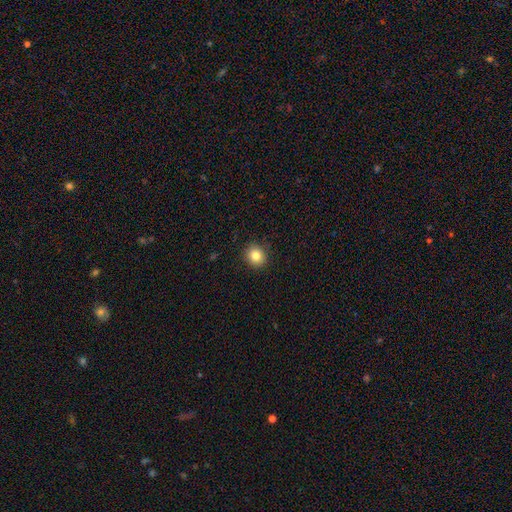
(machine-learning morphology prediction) Q: Smooth or featured?
A: smooth (84%); runner-up: star or artifact (10%)
Q: How rounded?
A: round (83%); runner-up: in between (17%)
Q: Merging?
A: none (91%); runner-up: minor disturbance (7%)